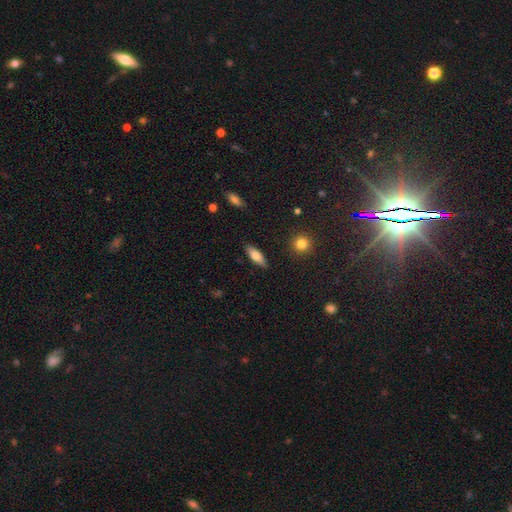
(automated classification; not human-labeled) Smooth or featured? Predicted: smooth (p=0.71). How rounded? Predicted: in between (p=0.61). Merging? Predicted: none (p=0.87).